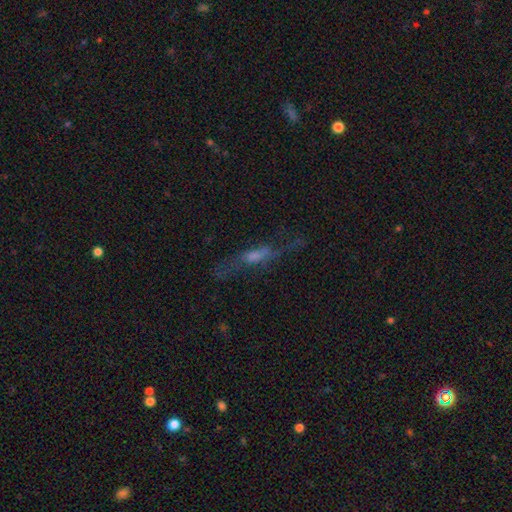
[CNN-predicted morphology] Smooth or featured: featured or disk — 50% (smooth — 36%)
Merging: none — 46% (major disturbance — 29%)